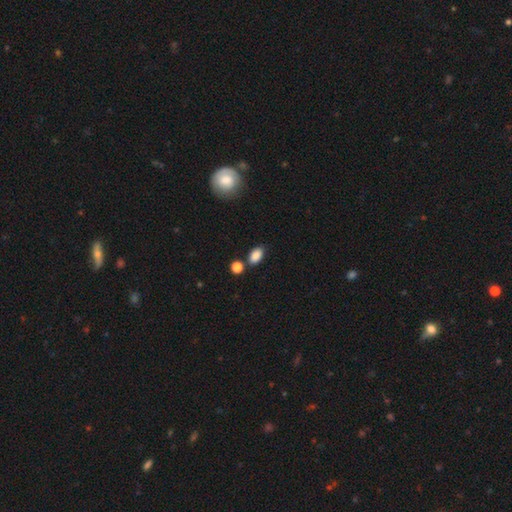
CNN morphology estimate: This appears to be a smooth galaxy with no disk features (86%) that is in between round and cigar-shaped (89%). Merging: none (75%).